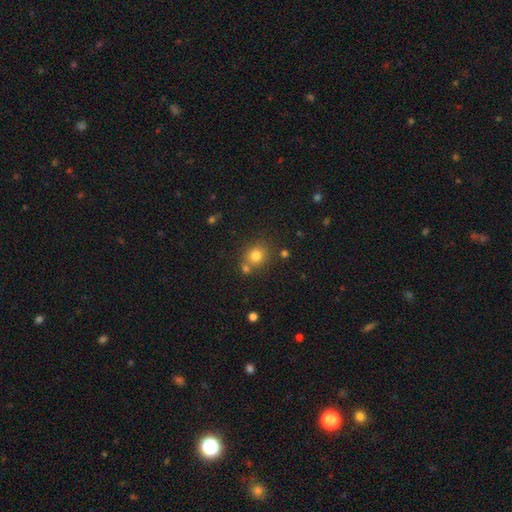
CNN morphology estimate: Q: Smooth or featured?
A: smooth (79%); runner-up: star or artifact (13%)
Q: How rounded?
A: round (80%); runner-up: in between (19%)
Q: Merging?
A: none (67%); runner-up: merger (19%)